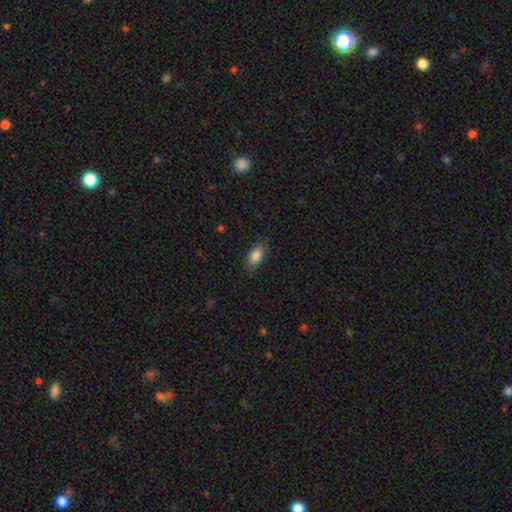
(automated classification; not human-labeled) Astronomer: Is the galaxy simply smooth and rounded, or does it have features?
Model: smooth — 84%.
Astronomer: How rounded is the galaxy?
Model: in between — 90%.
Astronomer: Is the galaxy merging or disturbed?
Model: none — 83%.